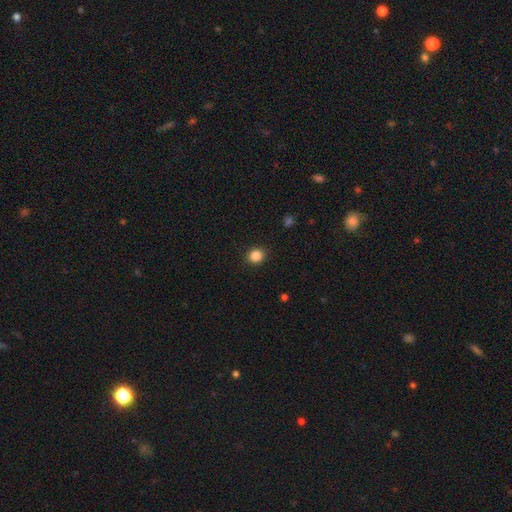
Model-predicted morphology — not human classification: Smooth or featured: smooth — 85% (star or artifact — 11%)
How rounded: round — 83% (in between — 16%)
Merging: none — 91% (minor disturbance — 6%)